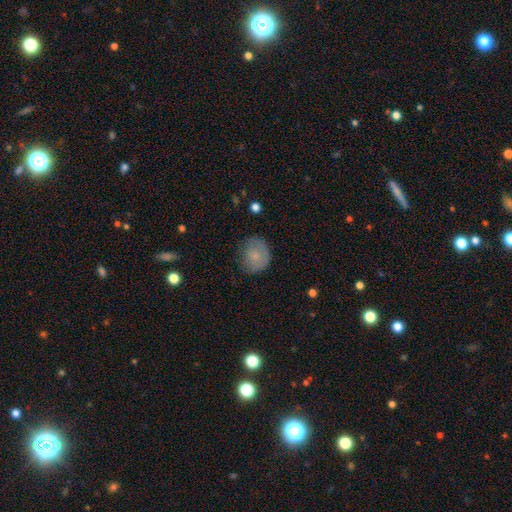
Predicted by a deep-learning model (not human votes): Q: Smooth or featured?
A: smooth (71%); runner-up: featured or disk (21%)
Q: How rounded?
A: round (74%); runner-up: in between (25%)
Q: Merging?
A: none (64%); runner-up: minor disturbance (25%)